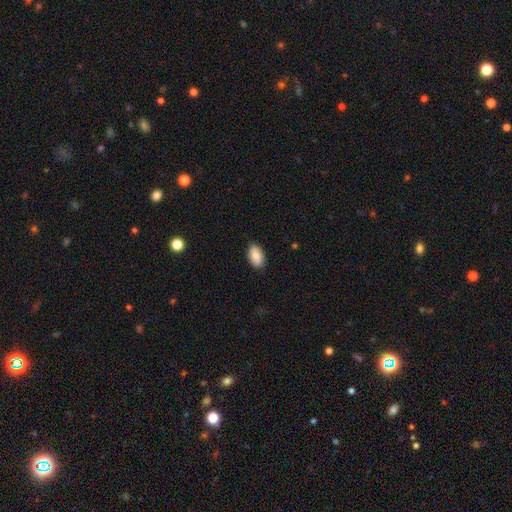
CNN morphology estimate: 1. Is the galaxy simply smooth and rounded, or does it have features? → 85% smooth, 8% featured or disk, 7% star or artifact.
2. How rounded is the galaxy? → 93% in between, 5% round, 2% cigar-shaped.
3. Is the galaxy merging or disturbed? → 88% none, 10% minor disturbance, 2% major disturbance, 1% merger.